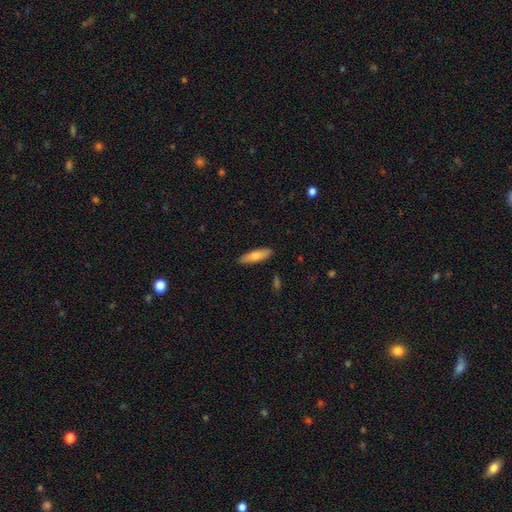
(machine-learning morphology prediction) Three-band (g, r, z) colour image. It shows a smooth galaxy with no disk features (76%) that is cigar-shaped (58%). Merging: none (89%).